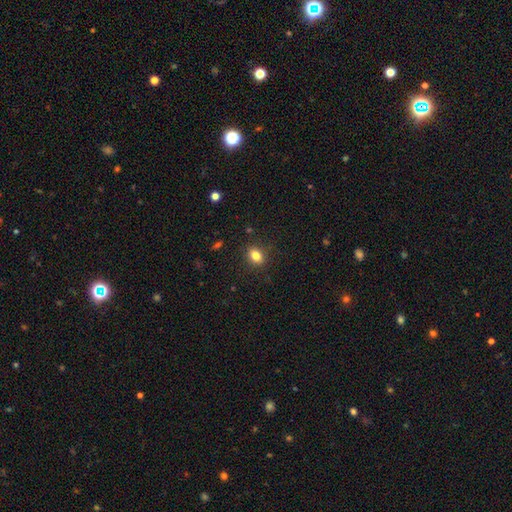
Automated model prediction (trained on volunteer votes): This appears to be a smooth galaxy with no disk features (82%) that is in between round and cigar-shaped (62%). Merging: none (86%).